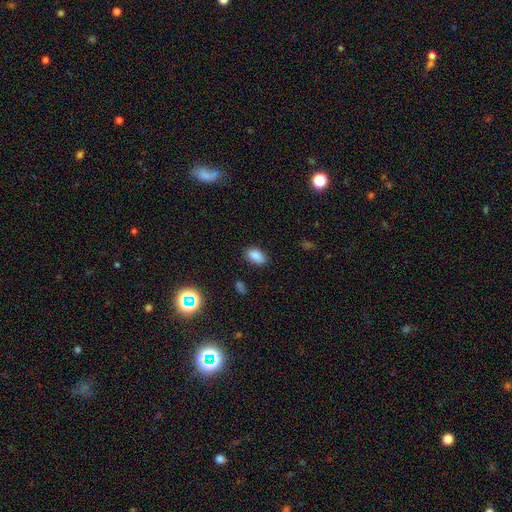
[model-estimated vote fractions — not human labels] Smooth or featured: smooth — 85% (star or artifact — 10%)
How rounded: in between — 90% (round — 8%)
Merging: none — 83% (minor disturbance — 13%)